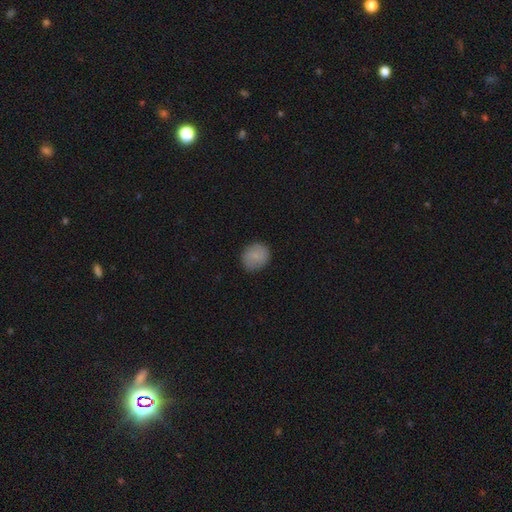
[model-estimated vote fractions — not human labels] Smooth or featured: smooth — 80% (featured or disk — 11%)
How rounded: round — 78% (in between — 21%)
Merging: none — 86% (minor disturbance — 11%)